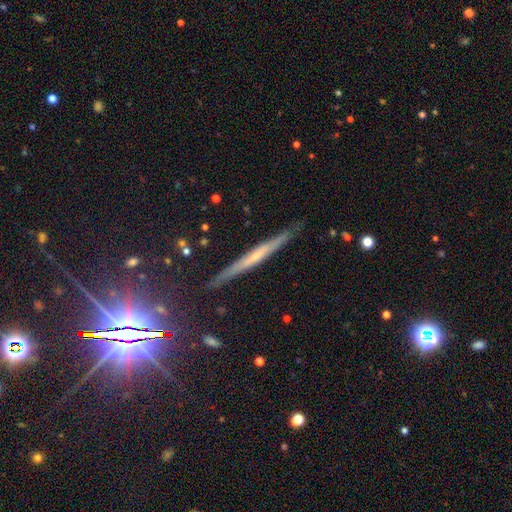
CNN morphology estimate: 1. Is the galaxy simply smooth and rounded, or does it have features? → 62% featured or disk, 29% smooth, 9% star or artifact.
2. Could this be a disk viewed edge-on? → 96% yes, 4% no.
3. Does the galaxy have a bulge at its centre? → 64% none, 28% rounded, 7% boxy.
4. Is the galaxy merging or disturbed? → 87% none, 10% minor disturbance, 2% major disturbance, 2% merger.